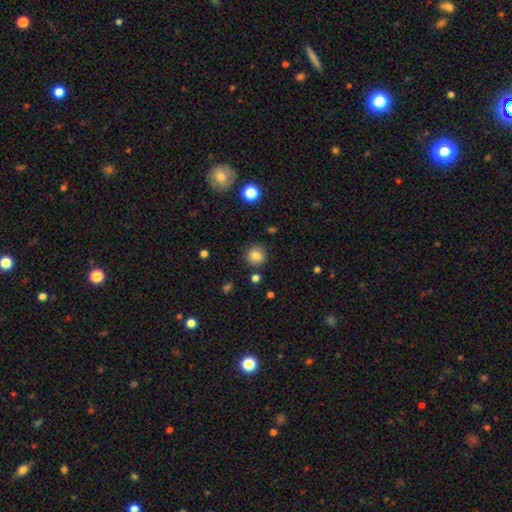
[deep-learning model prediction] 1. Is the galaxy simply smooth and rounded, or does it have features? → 82% smooth, 11% star or artifact, 7% featured or disk.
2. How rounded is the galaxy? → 89% round, 10% in between, 1% cigar-shaped.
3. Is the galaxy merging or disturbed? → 86% none, 9% minor disturbance, 3% major disturbance, 3% merger.